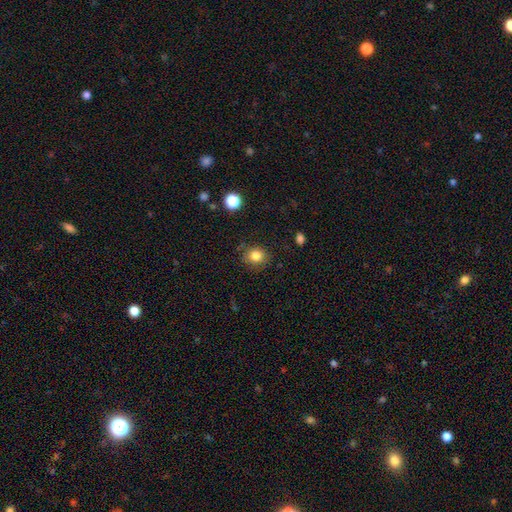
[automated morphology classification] smooth_or_featured: smooth (p=0.83) [alt: star or artifact p=0.11]
how_rounded: round (p=0.71) [alt: in between p=0.29]
merging: none (p=0.81) [alt: minor disturbance p=0.13]